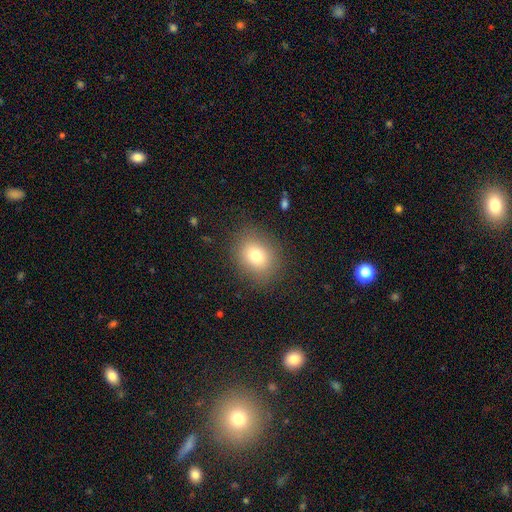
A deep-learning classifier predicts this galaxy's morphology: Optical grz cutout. It shows a smooth galaxy with no disk features (77%) that is round (54%). Merging: none (85%).